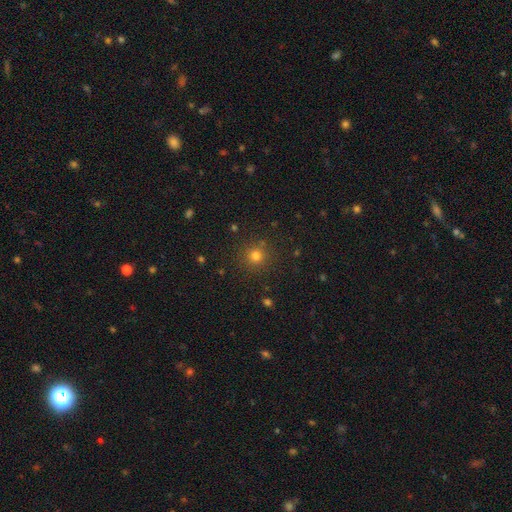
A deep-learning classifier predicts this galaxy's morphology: Smooth or featured?
  - smooth: 76% *
  - star or artifact: 18%
  - featured or disk: 6%
How rounded?
  - round: 94% *
  - in between: 5%
  - cigar-shaped: 1%
Merging?
  - none: 87% *
  - minor disturbance: 7%
  - major disturbance: 3%
  - merger: 2%